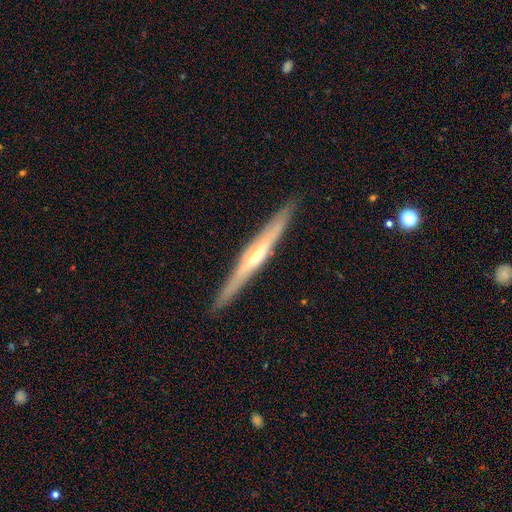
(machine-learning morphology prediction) Smooth or featured: featured or disk — 73% (smooth — 21%)
Edge-on disk: yes — 96% (no — 4%)
Edge-on bulge: rounded — 69% (none — 26%)
Merging: none — 91% (minor disturbance — 6%)